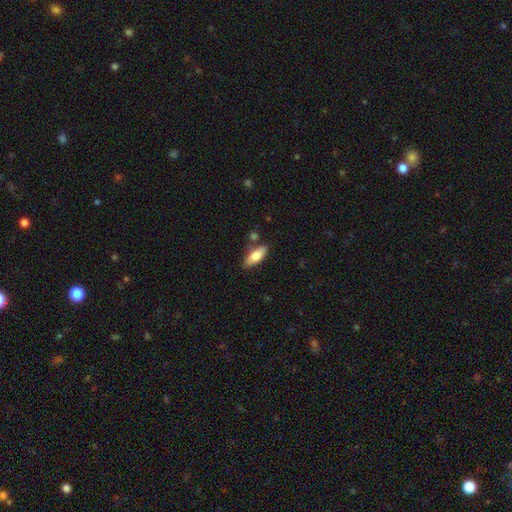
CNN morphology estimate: Smooth or featured? smooth (71%)
How rounded? in between (75%)
Merging? none (76%)